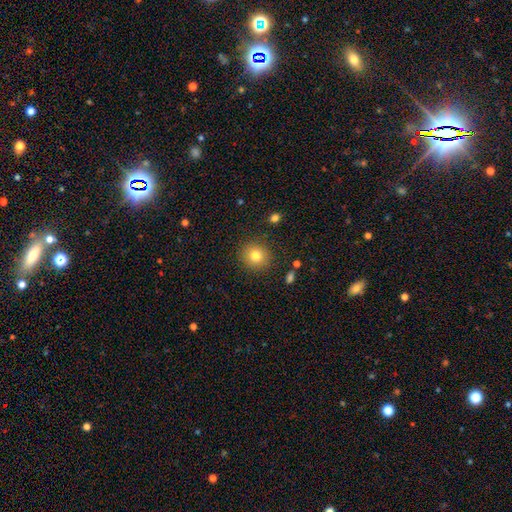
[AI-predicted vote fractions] This appears to be a smooth galaxy with no disk features (81%) that is round (91%). Merging: none (89%).